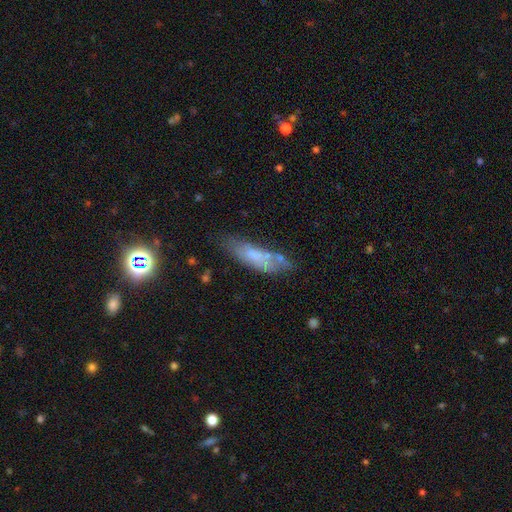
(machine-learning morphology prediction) A smooth galaxy with no disk features (53%) that is cigar-shaped (52%). Merging: none (53%).